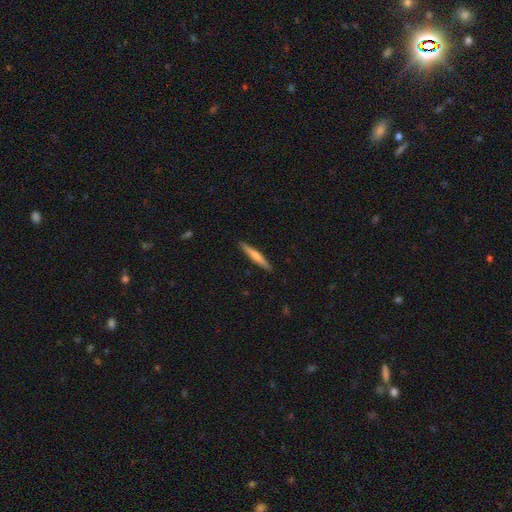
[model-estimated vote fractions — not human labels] A smooth galaxy with no disk features (60%) that is cigar-shaped (95%).

Vote fractions:
- Smooth or featured? smooth: 60% / featured or disk: 35% / star or artifact: 5%
- How rounded? cigar-shaped: 95% / in between: 4% / round: 1%
- Merging? none: 91% / minor disturbance: 6% / major disturbance: 1% / merger: 1%